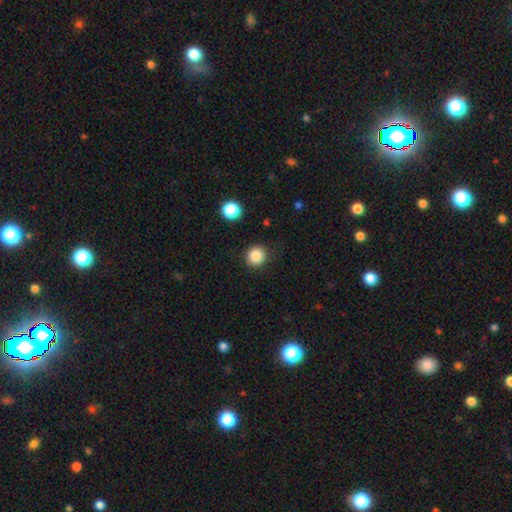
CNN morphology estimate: This appears to be a smooth galaxy with no disk features (86%) that is round (91%). Merging: none (88%).